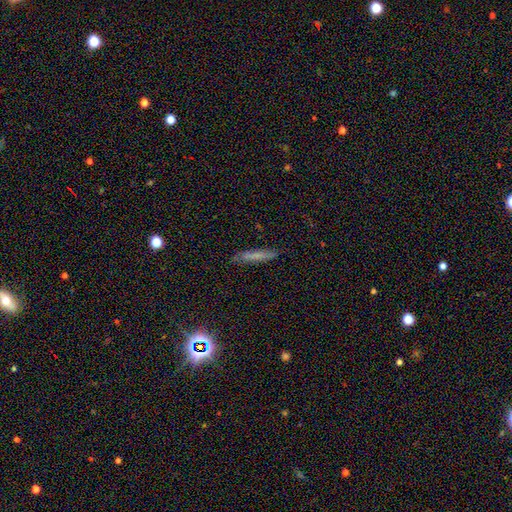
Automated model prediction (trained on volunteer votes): This is likely a smooth galaxy (63%). How rounded: clearly cigar-shaped (90%). Merging: clearly none (81%).